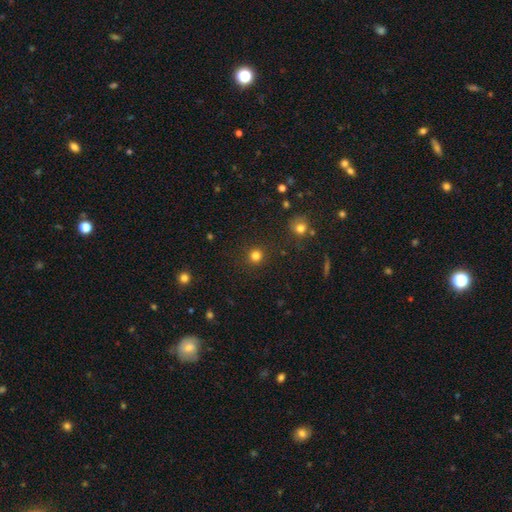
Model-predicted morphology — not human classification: smooth 81%, star or artifact 15%, featured or disk 4%. Down the decision tree: how rounded — round (94%); merging — none (91%).